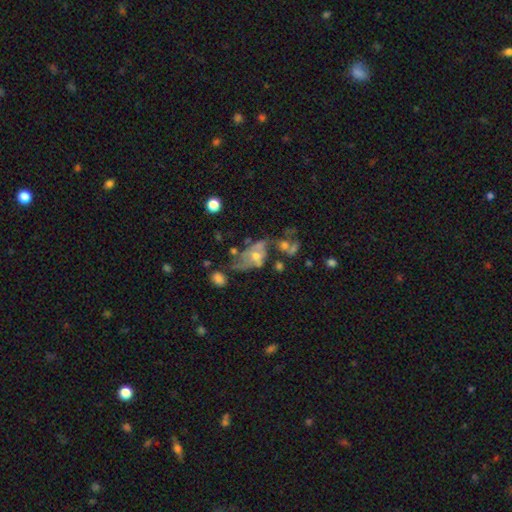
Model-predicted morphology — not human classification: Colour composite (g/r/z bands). It shows a featured or disk galaxy (53%). Merging: major disturbance (33%).